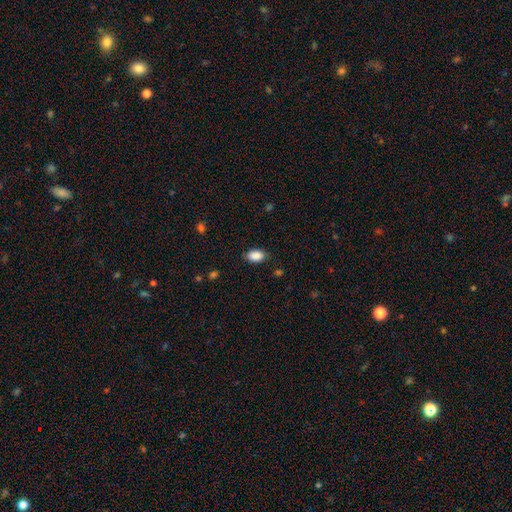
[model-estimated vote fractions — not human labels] This is clearly a smooth galaxy (89%). How rounded: clearly in between (92%). Merging: clearly none (83%).